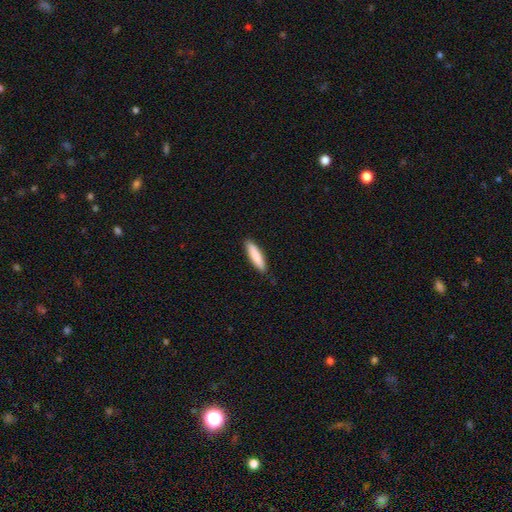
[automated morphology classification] smooth-or-featured: smooth: 83% | featured or disk: 11% | star or artifact: 5%
  how-rounded: cigar-shaped: 75% | in between: 24% | round: 1%
  merging: none: 89% | minor disturbance: 9% | major disturbance: 2% | merger: 1%